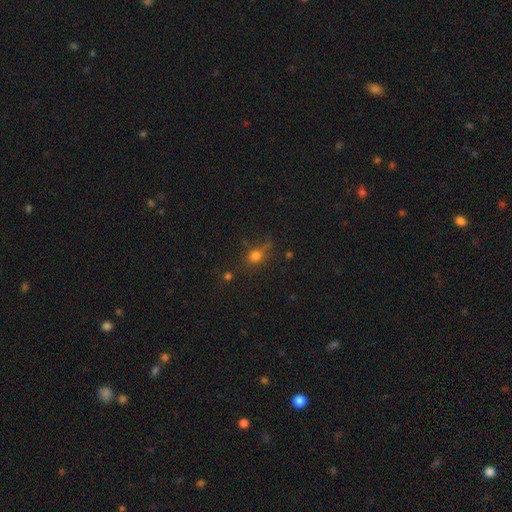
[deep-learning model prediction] Smooth or featured?
  - smooth: 69% *
  - star or artifact: 20%
  - featured or disk: 11%
How rounded?
  - round: 71% *
  - in between: 26%
  - cigar-shaped: 4%
Merging?
  - none: 58% *
  - minor disturbance: 23%
  - major disturbance: 14%
  - merger: 6%